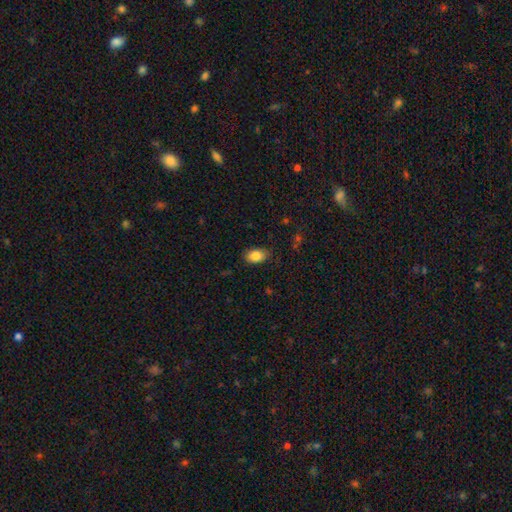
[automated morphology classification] type=smooth (85%); roundness=in between (87%); merging=none (81%).